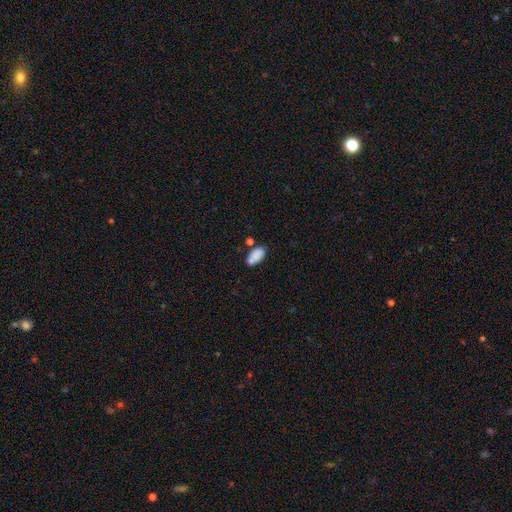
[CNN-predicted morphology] smooth_or_featured: smooth (p=0.81) [alt: featured or disk p=0.11]
how_rounded: in between (p=0.93) [alt: round p=0.04]
merging: none (p=0.59) [alt: minor disturbance p=0.18]